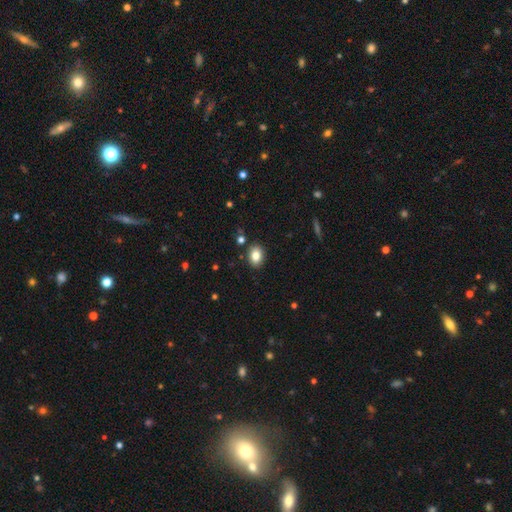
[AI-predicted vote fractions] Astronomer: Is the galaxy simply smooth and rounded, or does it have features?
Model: smooth — 83%.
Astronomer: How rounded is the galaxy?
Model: in between — 71%.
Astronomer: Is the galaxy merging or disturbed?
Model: none — 87%.